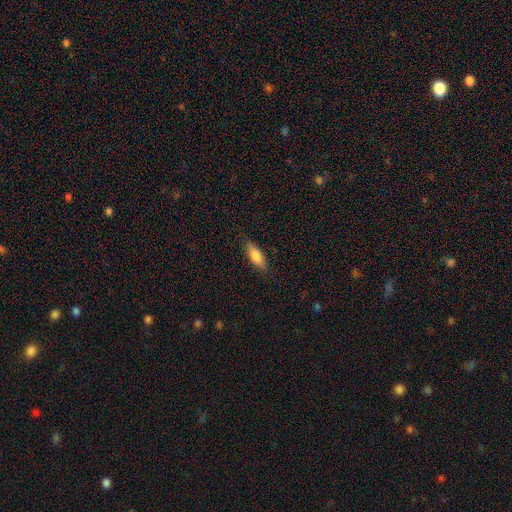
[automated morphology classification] The model was most divided on "how rounded": in between: 61%, cigar-shaped: 37%, round: 2%. More confident: merging — none (84%); smooth or featured — smooth (77%).